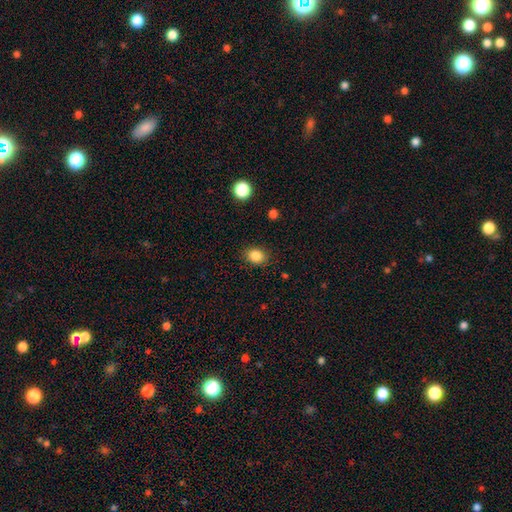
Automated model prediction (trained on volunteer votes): smooth-or-featured: smooth: 86% | star or artifact: 10% | featured or disk: 4%
  how-rounded: in between: 53% | round: 46% | cigar-shaped: 1%
  merging: none: 86% | minor disturbance: 10% | major disturbance: 3% | merger: 1%